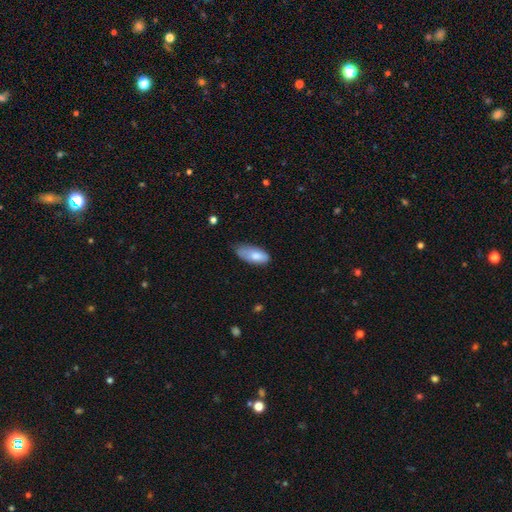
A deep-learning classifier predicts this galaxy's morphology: Smooth or featured: smooth — 79% (featured or disk — 15%)
How rounded: in between — 86% (cigar-shaped — 12%)
Merging: none — 48% (minor disturbance — 41%)